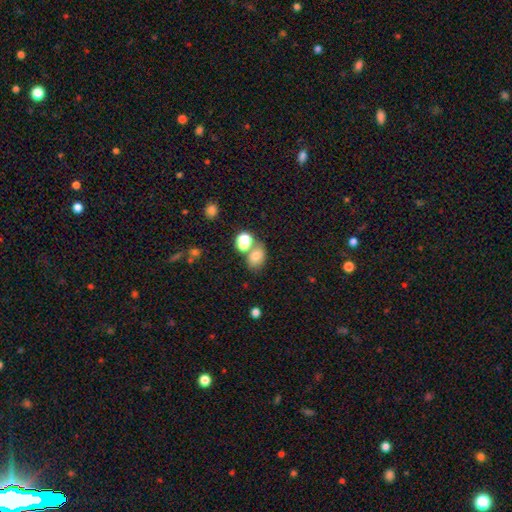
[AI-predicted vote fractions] smooth 76%, star or artifact 14%, featured or disk 11%. Down the decision tree: how rounded — in between (70%); merging — none (50%).